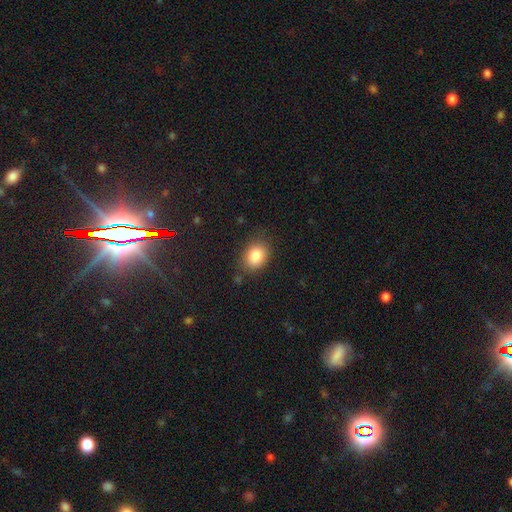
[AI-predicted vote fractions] A smooth galaxy with no disk features (85%) that is in between round and cigar-shaped (64%).

Vote fractions:
- Smooth or featured? smooth: 85% / star or artifact: 9% / featured or disk: 6%
- How rounded? in between: 64% / round: 35% / cigar-shaped: 1%
- Merging? none: 81% / minor disturbance: 14% / major disturbance: 4% / merger: 2%